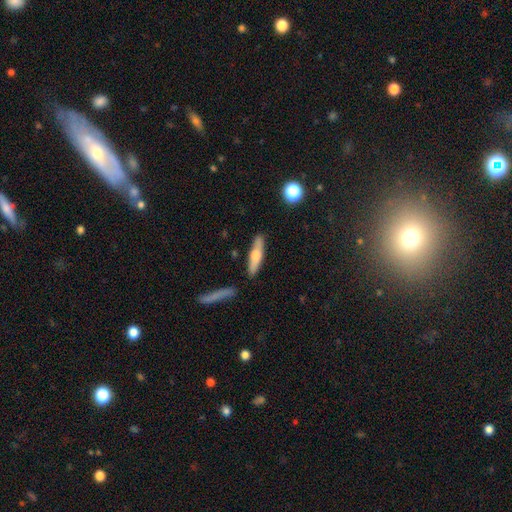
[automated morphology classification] Smooth or featured? Predicted: smooth (p=0.53). How rounded? Predicted: cigar-shaped (p=0.77). Merging? Predicted: none (p=0.84).